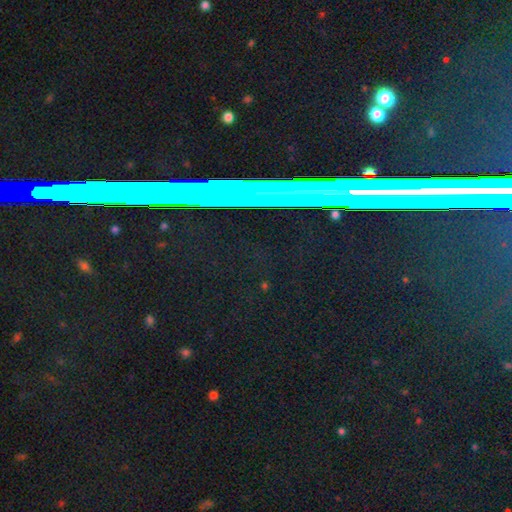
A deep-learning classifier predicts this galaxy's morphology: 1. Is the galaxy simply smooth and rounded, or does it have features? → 78% star or artifact, 11% smooth, 11% featured or disk.